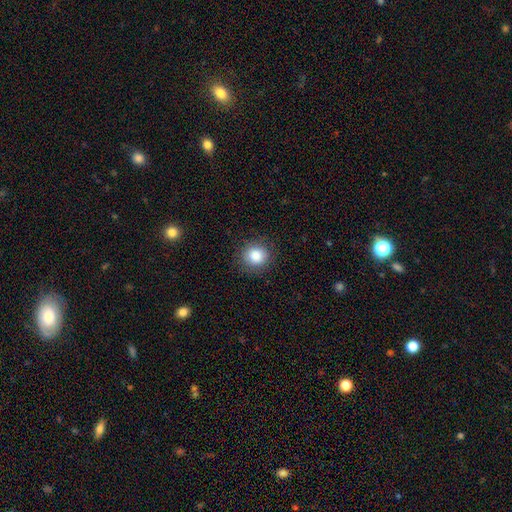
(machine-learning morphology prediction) This is clearly a smooth galaxy (86%). How rounded: clearly round (89%). Merging: clearly none (89%).